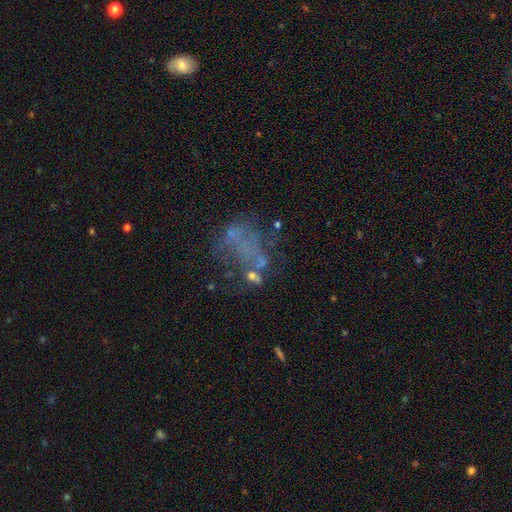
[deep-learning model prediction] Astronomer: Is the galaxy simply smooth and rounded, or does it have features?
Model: featured or disk — 51% (runner-up: smooth, 27%).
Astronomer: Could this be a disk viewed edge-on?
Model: no — 98%.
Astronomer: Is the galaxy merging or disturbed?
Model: none — 37% (runner-up: major disturbance, 32%).